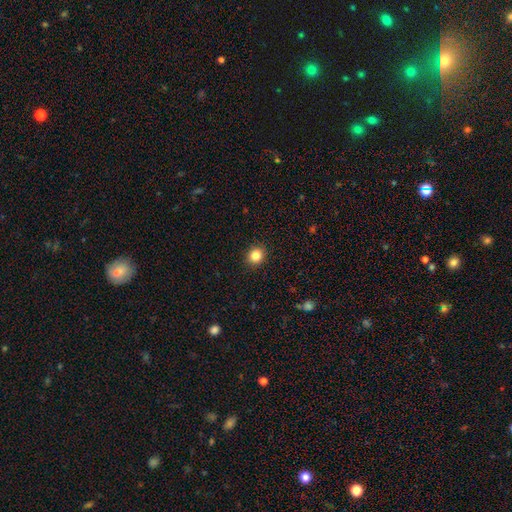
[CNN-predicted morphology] Q: Smooth or featured?
A: smooth (85%); runner-up: star or artifact (11%)
Q: How rounded?
A: round (81%); runner-up: in between (18%)
Q: Merging?
A: none (91%); runner-up: minor disturbance (6%)